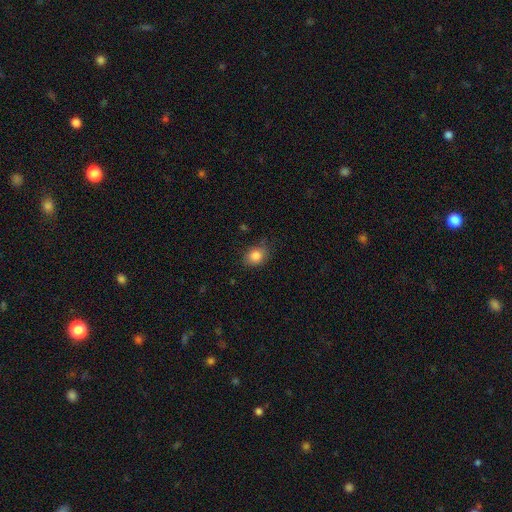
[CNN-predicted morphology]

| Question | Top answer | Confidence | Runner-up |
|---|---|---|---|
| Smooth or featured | smooth | 84% | star or artifact (10%) |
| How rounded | round | 50% | in between (49%) |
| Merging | none | 76% | minor disturbance (18%) |